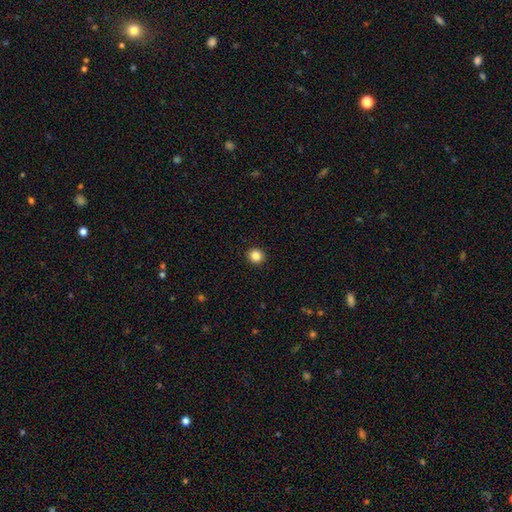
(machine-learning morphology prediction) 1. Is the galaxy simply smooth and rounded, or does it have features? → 85% smooth, 11% star or artifact, 4% featured or disk.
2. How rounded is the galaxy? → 88% round, 11% in between, 1% cigar-shaped.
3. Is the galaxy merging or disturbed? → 93% none, 4% minor disturbance, 2% major disturbance, 1% merger.